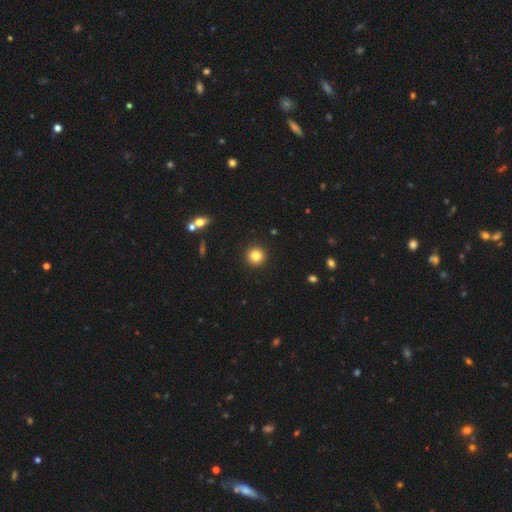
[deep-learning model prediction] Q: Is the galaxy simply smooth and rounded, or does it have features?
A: smooth — 84%.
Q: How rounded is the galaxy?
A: round — 95%.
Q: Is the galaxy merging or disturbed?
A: none — 92%.